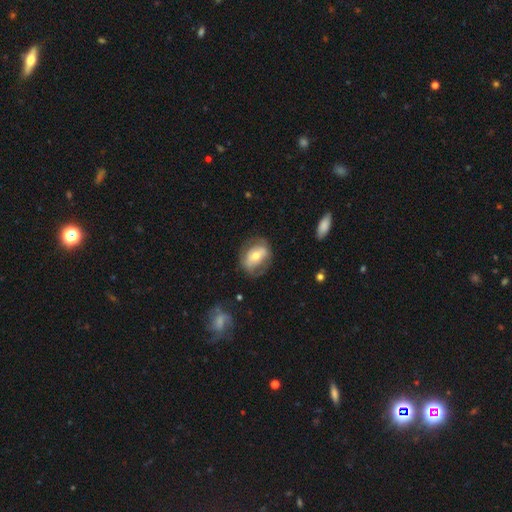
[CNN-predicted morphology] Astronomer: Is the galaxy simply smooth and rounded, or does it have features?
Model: featured or disk — 47% (runner-up: smooth, 46%).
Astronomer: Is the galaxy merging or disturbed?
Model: none — 67%.